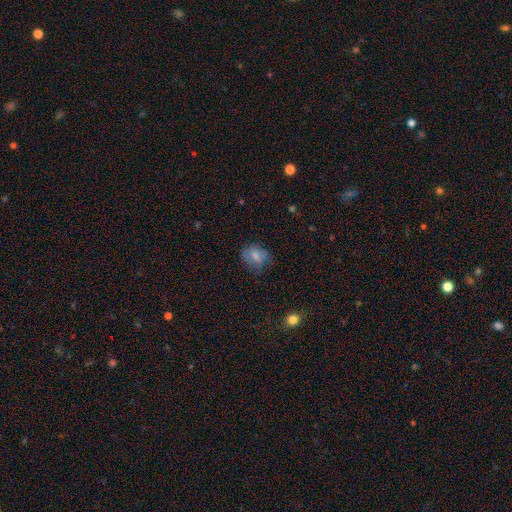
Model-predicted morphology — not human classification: Smooth or featured? Predicted: smooth (p=0.72). How rounded? Predicted: in between (p=0.53). Merging? Predicted: none (p=0.61).